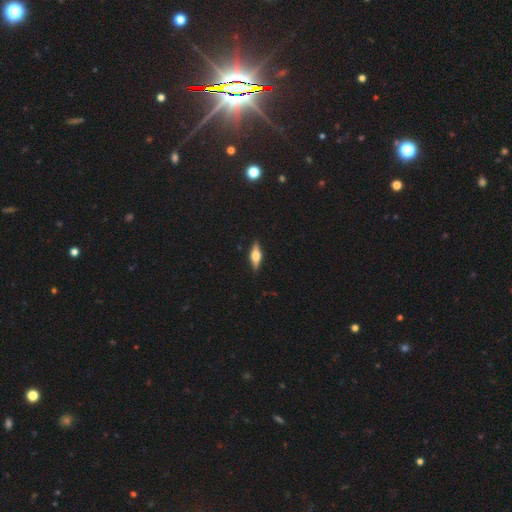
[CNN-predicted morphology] Q: Smooth or featured?
A: featured or disk (60%); runner-up: smooth (33%)
Q: Edge-on disk?
A: yes (95%); runner-up: no (5%)
Q: Edge-on bulge?
A: rounded (90%); runner-up: boxy (8%)
Q: Merging?
A: none (89%); runner-up: minor disturbance (8%)